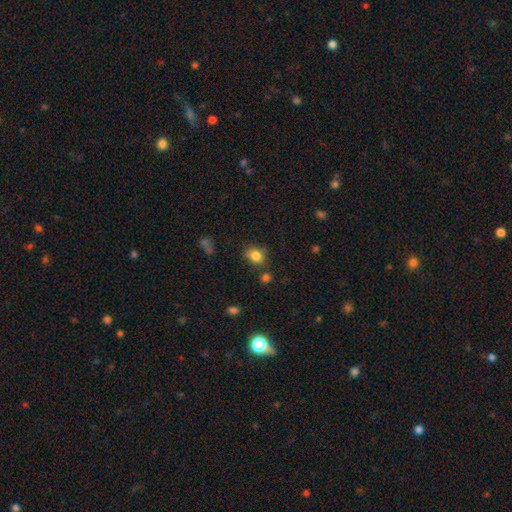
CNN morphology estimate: smooth_or_featured: smooth (p=0.83) [alt: star or artifact p=0.11]
how_rounded: round (p=0.60) [alt: in between p=0.39]
merging: none (p=0.74) [alt: minor disturbance p=0.16]